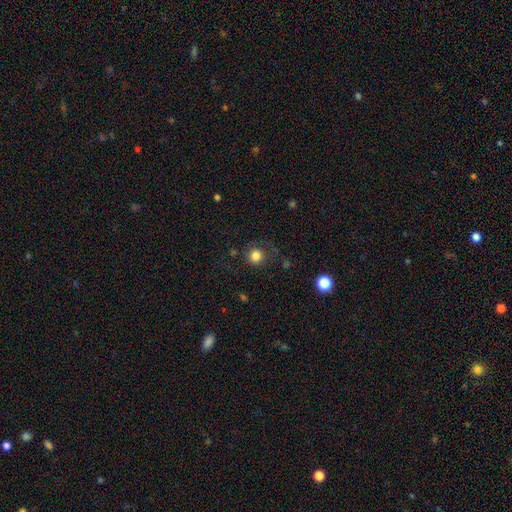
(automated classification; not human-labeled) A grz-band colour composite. It shows a smooth galaxy with no disk features (82%) that is round (91%). Merging: none (75%).